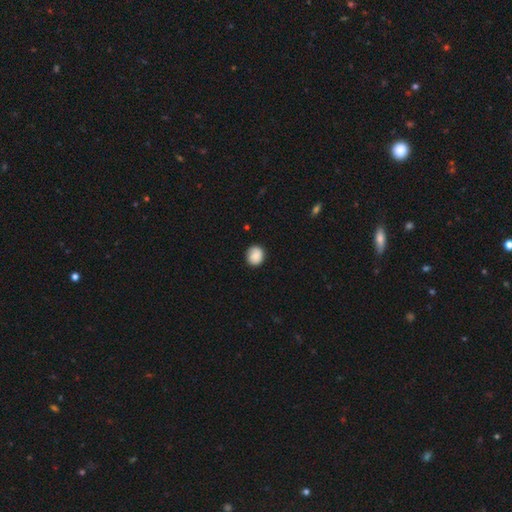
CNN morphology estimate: This is clearly a smooth galaxy (85%). How rounded: likely round (76%). Merging: clearly none (84%).